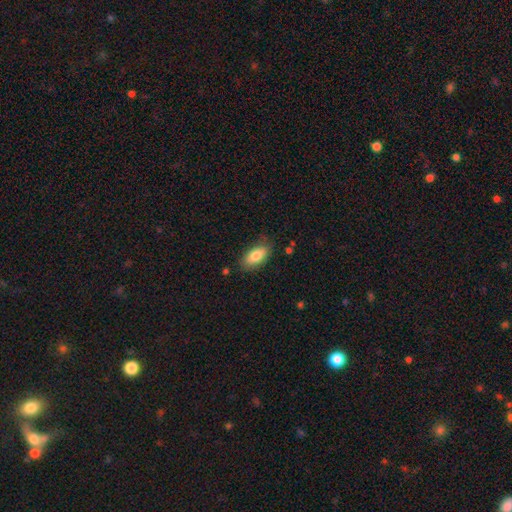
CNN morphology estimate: smooth 80%, featured or disk 13%, star or artifact 7%. Down the decision tree: how rounded — in between (88%); merging — none (80%).